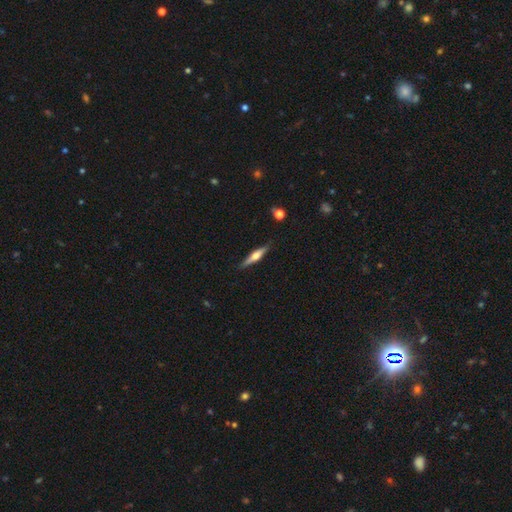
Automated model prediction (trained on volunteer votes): Smooth or featured: featured or disk — 62% (smooth — 32%)
Edge-on disk: yes — 97% (no — 3%)
Edge-on bulge: rounded — 88% (boxy — 8%)
Merging: none — 87% (minor disturbance — 10%)